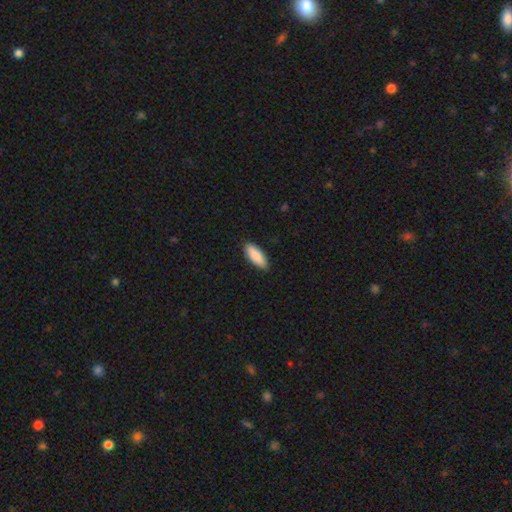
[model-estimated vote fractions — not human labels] Q: Smooth or featured?
A: smooth (87%); runner-up: featured or disk (7%)
Q: How rounded?
A: in between (73%); runner-up: cigar-shaped (26%)
Q: Merging?
A: none (89%); runner-up: minor disturbance (9%)